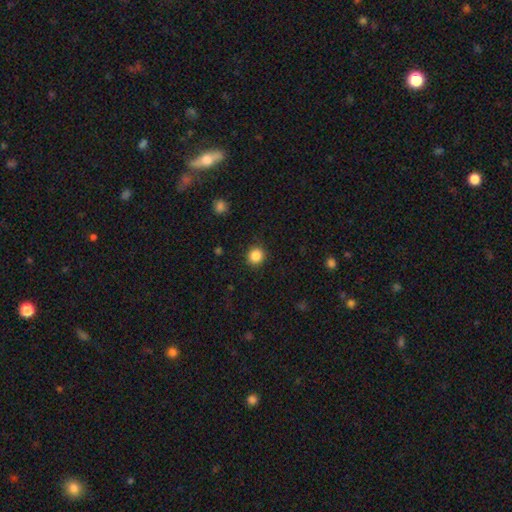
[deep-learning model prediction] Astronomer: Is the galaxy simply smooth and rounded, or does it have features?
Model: smooth — 85%.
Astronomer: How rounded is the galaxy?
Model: round — 92%.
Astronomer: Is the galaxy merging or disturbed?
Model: none — 91%.